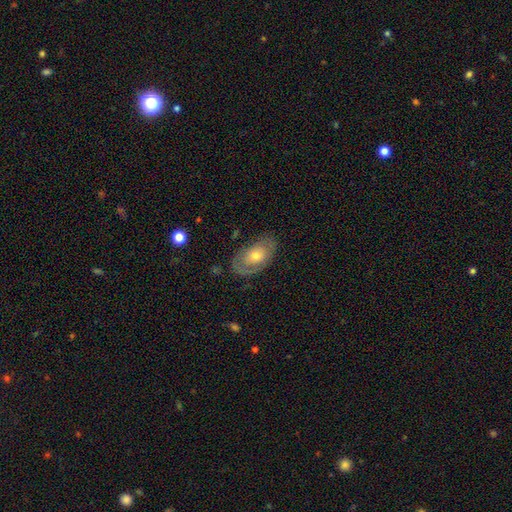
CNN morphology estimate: type=featured or disk (52%); edge-on=no (90%); merging=none (70%).